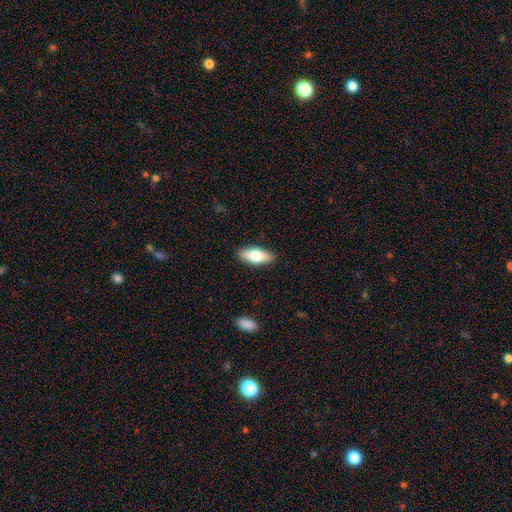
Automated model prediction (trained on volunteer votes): Overall: smooth (72%). How rounded: in between (83%). Merging: none (89%).